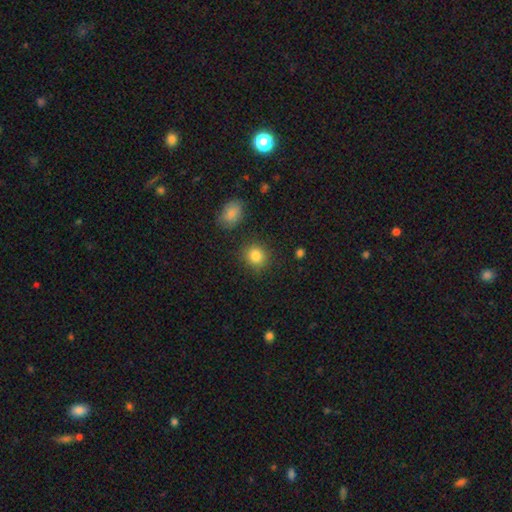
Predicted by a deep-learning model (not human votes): Smooth or featured? smooth (84%)
How rounded? round (84%)
Merging? none (85%)